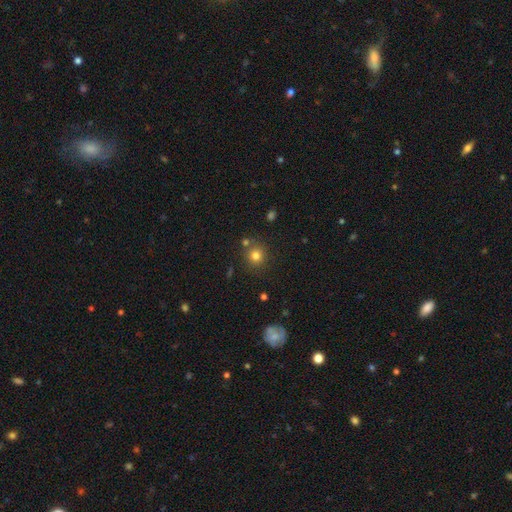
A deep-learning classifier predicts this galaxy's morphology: smooth 78%, star or artifact 14%, featured or disk 8%. Down the decision tree: how rounded — round (90%); merging — none (78%).